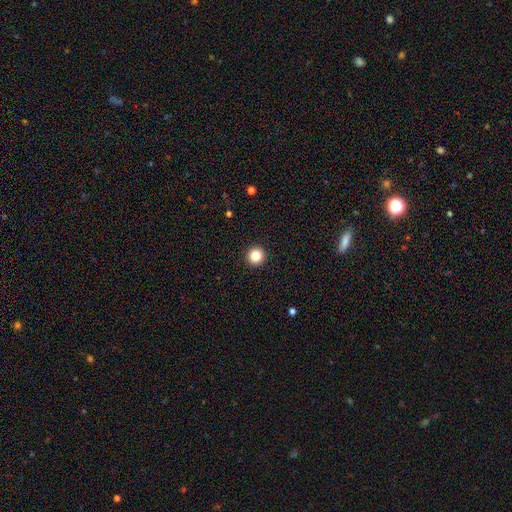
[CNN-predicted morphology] type=smooth (84%); roundness=round (96%); merging=none (94%).